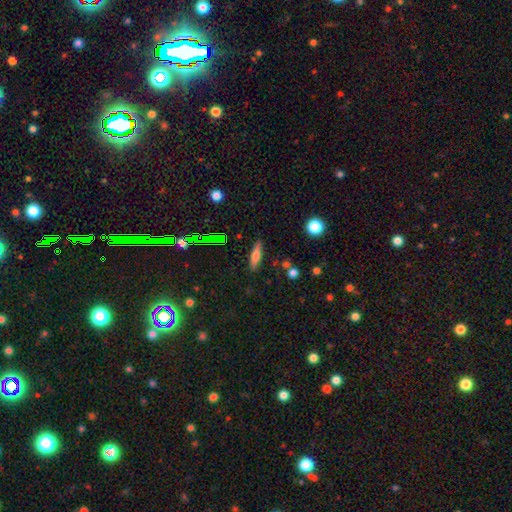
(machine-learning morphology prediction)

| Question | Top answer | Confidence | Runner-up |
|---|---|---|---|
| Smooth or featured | smooth | 58% | featured or disk (31%) |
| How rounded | cigar-shaped | 70% | in between (27%) |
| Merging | none | 84% | minor disturbance (10%) |